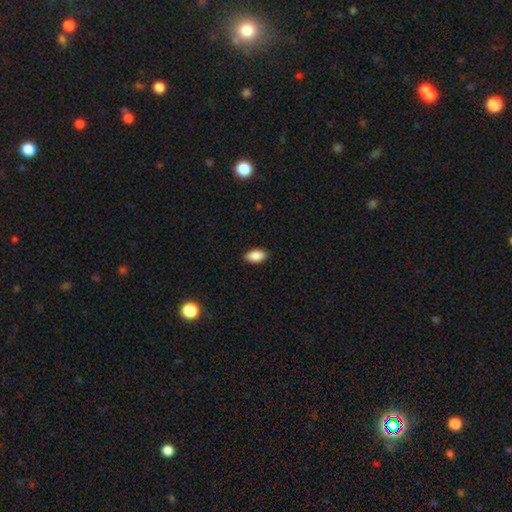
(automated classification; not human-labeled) Smooth or featured? smooth (88%)
How rounded? in between (92%)
Merging? none (88%)